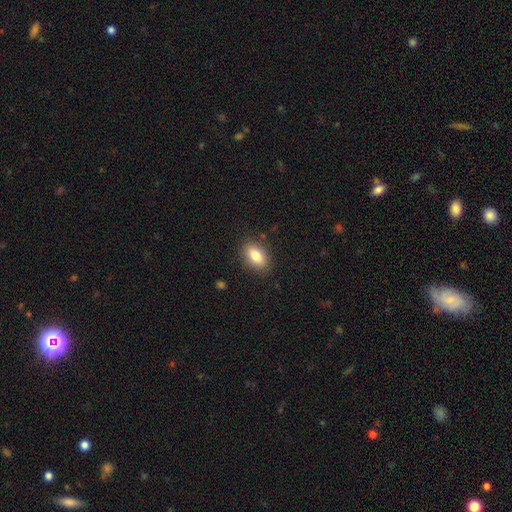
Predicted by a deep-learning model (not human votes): Overall: smooth (82%). How rounded: in between (87%). Merging: none (87%).